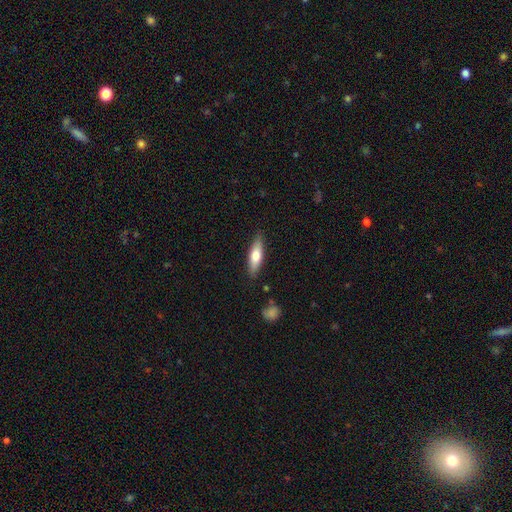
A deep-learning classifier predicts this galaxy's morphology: A smooth galaxy with no disk features (66%) that is cigar-shaped (58%). Merging: none (85%).